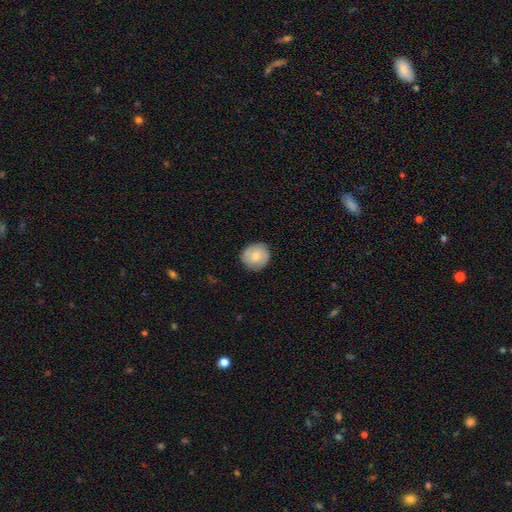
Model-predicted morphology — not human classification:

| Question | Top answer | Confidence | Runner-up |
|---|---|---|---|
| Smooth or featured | smooth | 69% | featured or disk (24%) |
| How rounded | round | 84% | in between (15%) |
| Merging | none | 84% | minor disturbance (13%) |